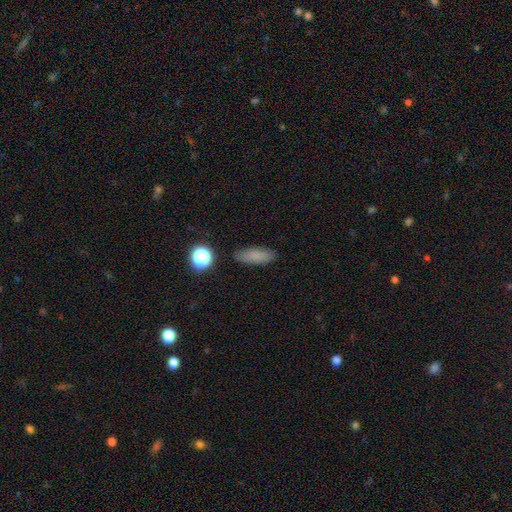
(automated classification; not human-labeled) Smooth or featured?
  - smooth: 81% *
  - star or artifact: 11%
  - featured or disk: 9%
How rounded?
  - in between: 55% *
  - cigar-shaped: 41%
  - round: 4%
Merging?
  - none: 85% *
  - minor disturbance: 10%
  - major disturbance: 3%
  - merger: 2%